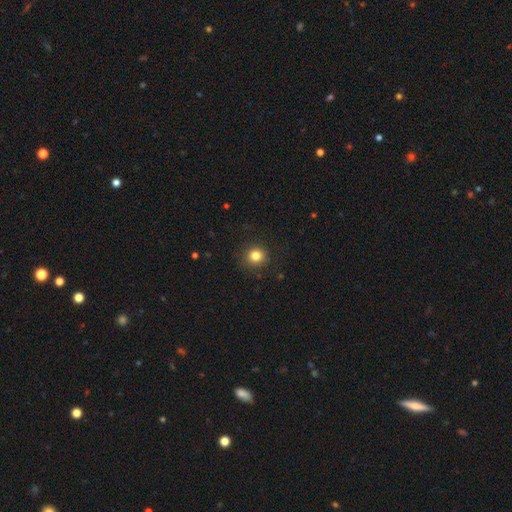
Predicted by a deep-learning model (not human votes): Q: Smooth or featured?
A: smooth (82%); runner-up: star or artifact (12%)
Q: How rounded?
A: round (91%); runner-up: in between (8%)
Q: Merging?
A: none (89%); runner-up: minor disturbance (7%)